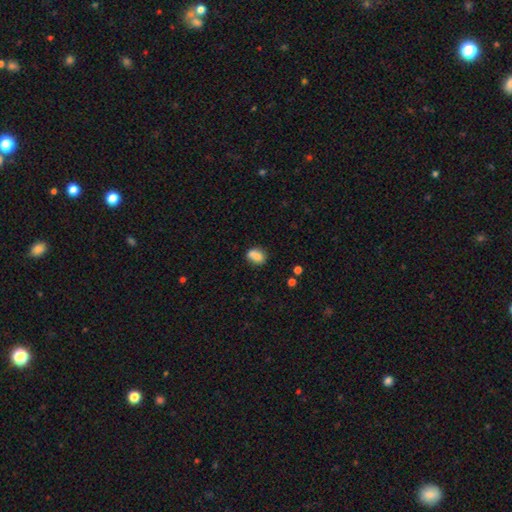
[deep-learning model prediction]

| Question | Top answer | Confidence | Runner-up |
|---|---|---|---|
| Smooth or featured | smooth | 79% | featured or disk (12%) |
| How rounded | in between | 61% | round (37%) |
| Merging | none | 51% | merger (29%) |